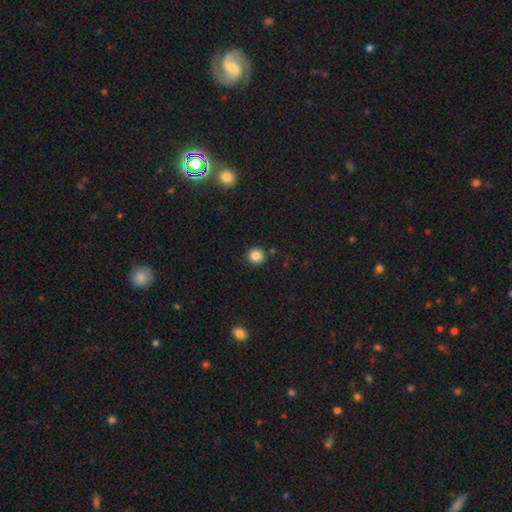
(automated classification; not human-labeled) Smooth or featured: smooth — 85% (star or artifact — 11%)
How rounded: round — 94% (in between — 5%)
Merging: none — 89% (minor disturbance — 6%)